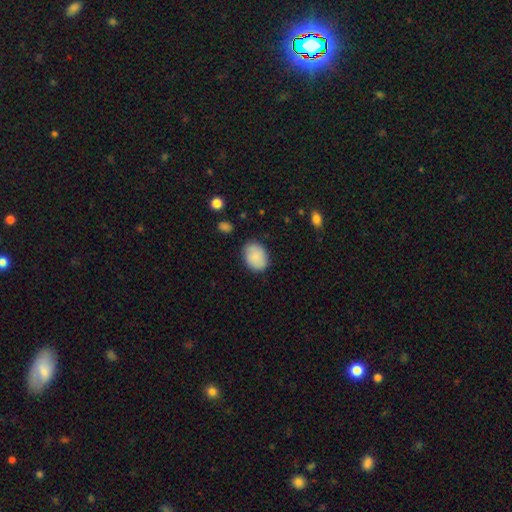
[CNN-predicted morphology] smooth_or_featured: smooth (p=0.85) [alt: featured or disk p=0.08]
how_rounded: in between (p=0.67) [alt: round p=0.32]
merging: none (p=0.81) [alt: minor disturbance p=0.14]